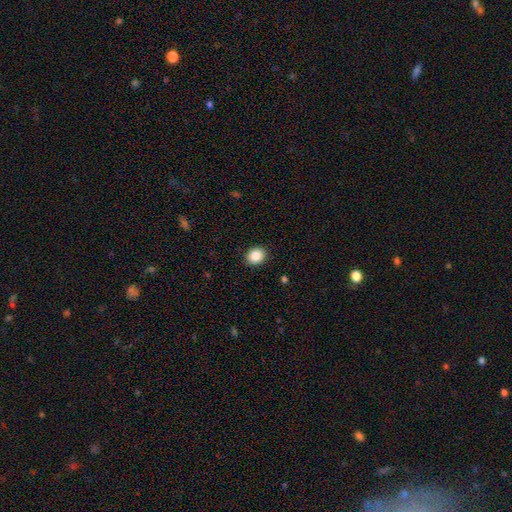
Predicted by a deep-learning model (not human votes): This is clearly a smooth galaxy (87%). How rounded: likely round (62%). Merging: clearly none (91%).